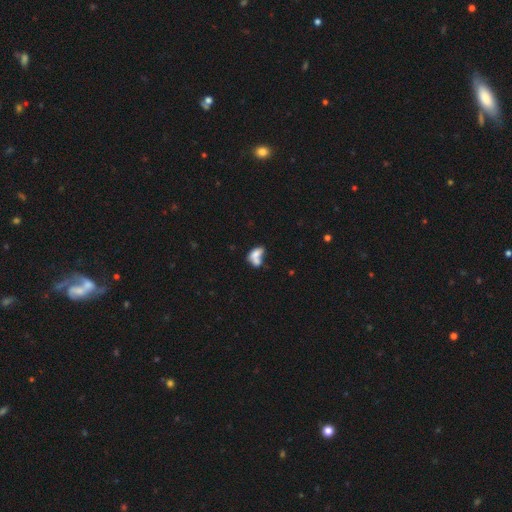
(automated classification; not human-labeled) The model was most divided on "merging": merger: 60%, none: 19%, major disturbance: 11%, minor disturbance: 10%. More confident: how rounded — in between (83%); smooth or featured — smooth (67%).